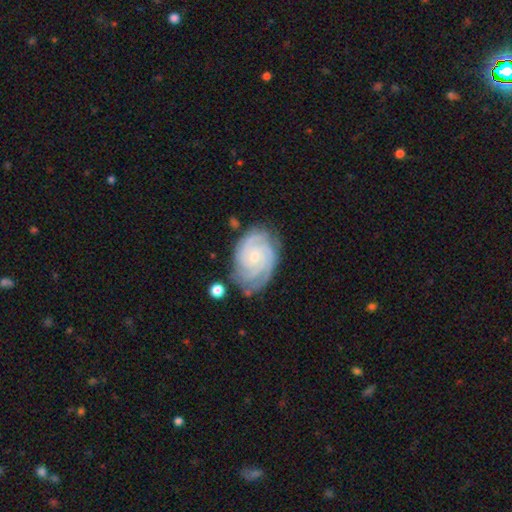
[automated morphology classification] type=featured or disk (90%); edge-on=no (98%); bar=no (72%); spiral arms=yes (98%); winding=tight (79%); arm count=3 (38%); bulge=small (68%); merging=none (76%).